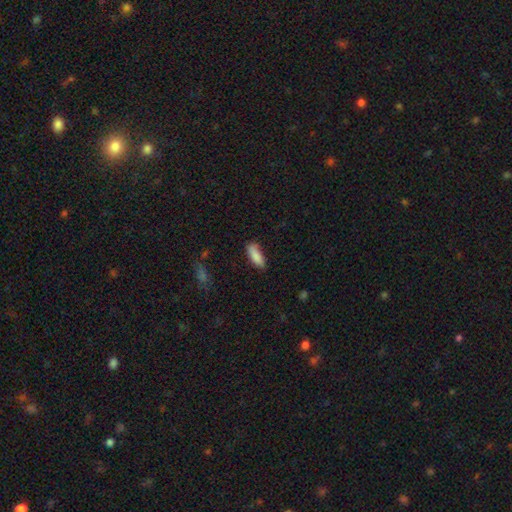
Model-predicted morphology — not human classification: smooth-or-featured: smooth: 87% | star or artifact: 7% | featured or disk: 6%
  how-rounded: in between: 67% | cigar-shaped: 31% | round: 2%
  merging: none: 74% | minor disturbance: 20% | major disturbance: 4% | merger: 3%